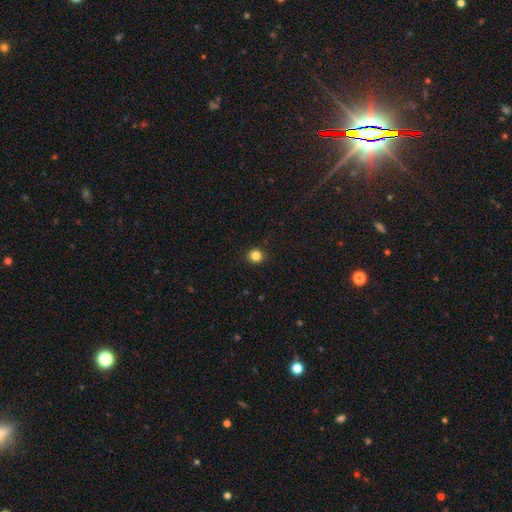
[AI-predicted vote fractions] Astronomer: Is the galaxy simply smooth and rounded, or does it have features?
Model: smooth — 84%.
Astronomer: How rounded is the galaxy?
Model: round — 89%.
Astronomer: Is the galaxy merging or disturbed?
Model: none — 91%.